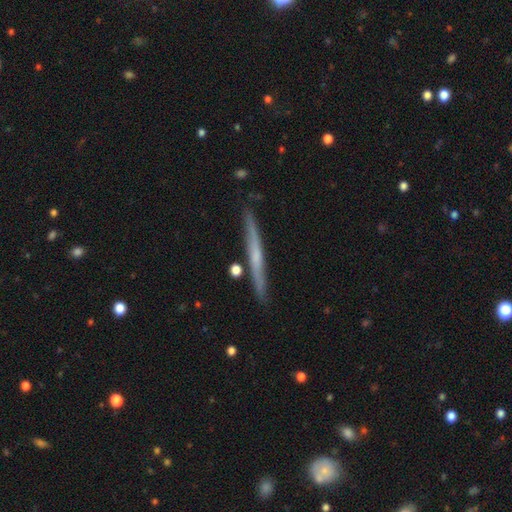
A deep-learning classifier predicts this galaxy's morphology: smooth-or-featured: featured or disk: 58% | smooth: 37% | star or artifact: 6%
  disk-edge-on: yes: 97% | no: 3%
    edge-on-bulge: none: 67% | rounded: 28% | boxy: 6%
  merging: none: 87% | minor disturbance: 9% | merger: 2% | major disturbance: 2%